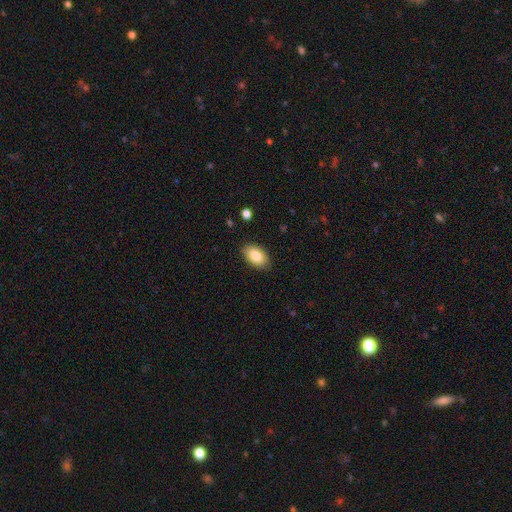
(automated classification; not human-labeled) Morphology: type=smooth (85%); roundness=in between (92%); merging=none (85%).